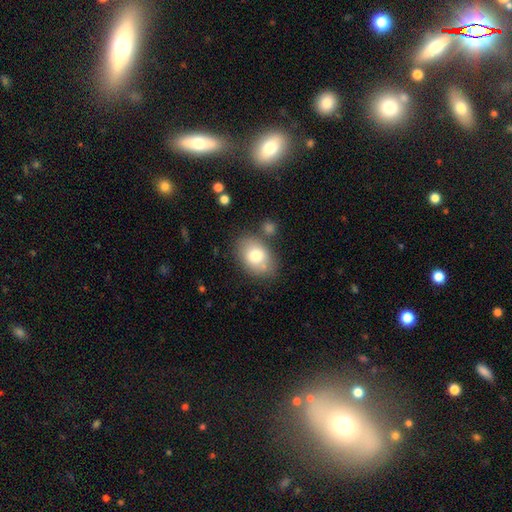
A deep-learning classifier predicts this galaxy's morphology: A smooth galaxy with no disk features (76%) that is in between round and cigar-shaped (80%).

Vote fractions:
- Smooth or featured? smooth: 76% / featured or disk: 16% / star or artifact: 8%
- How rounded? in between: 80% / round: 19% / cigar-shaped: 1%
- Merging? none: 70% / minor disturbance: 16% / merger: 10% / major disturbance: 4%